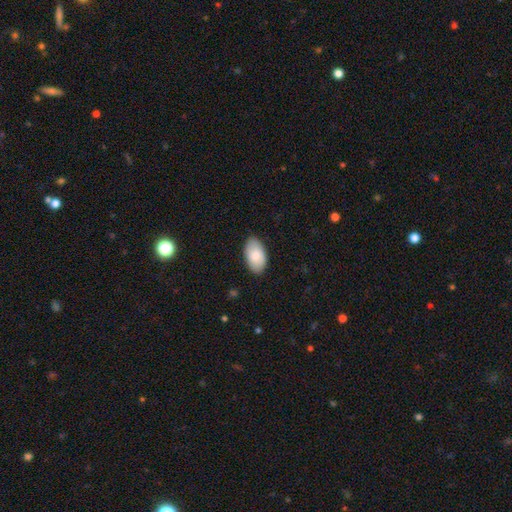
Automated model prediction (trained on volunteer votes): Smooth or featured? smooth (84%)
How rounded? in between (95%)
Merging? none (85%)